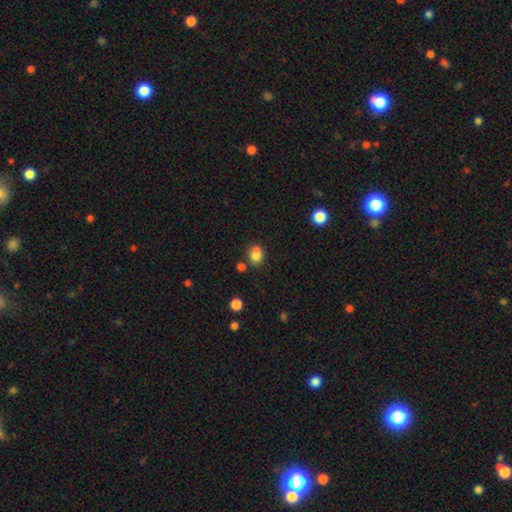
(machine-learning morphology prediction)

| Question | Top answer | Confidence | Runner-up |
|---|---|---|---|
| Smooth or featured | smooth | 79% | star or artifact (12%) |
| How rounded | in between | 50% | round (49%) |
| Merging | none | 50% | merger (27%) |